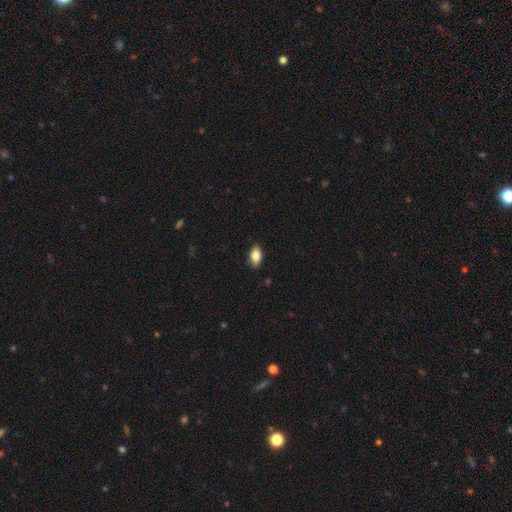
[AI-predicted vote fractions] smooth-or-featured: smooth: 80% | featured or disk: 13% | star or artifact: 7%
  how-rounded: in between: 89% | cigar-shaped: 6% | round: 5%
  merging: none: 87% | minor disturbance: 10% | major disturbance: 2% | merger: 1%